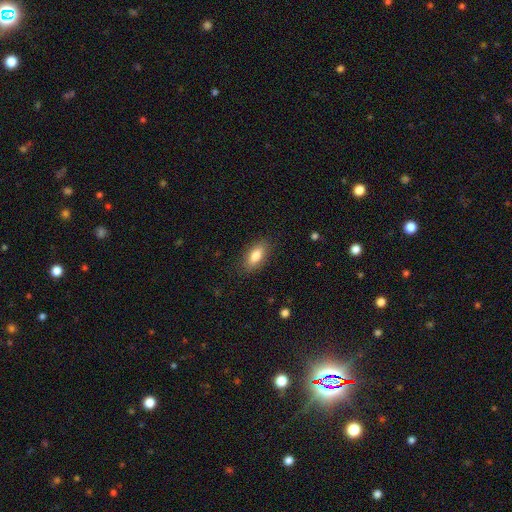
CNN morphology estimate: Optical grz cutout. It shows a smooth galaxy with no disk features (81%) that is in between round and cigar-shaped (82%). Merging: none (86%).